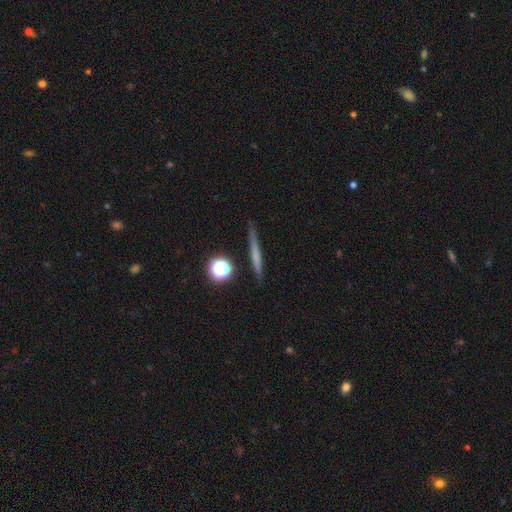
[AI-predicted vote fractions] smooth-or-featured: smooth: 52% | featured or disk: 37% | star or artifact: 11%
  how-rounded: cigar-shaped: 87% | round: 8% | in between: 4%
  merging: none: 86% | minor disturbance: 10% | major disturbance: 2% | merger: 2%